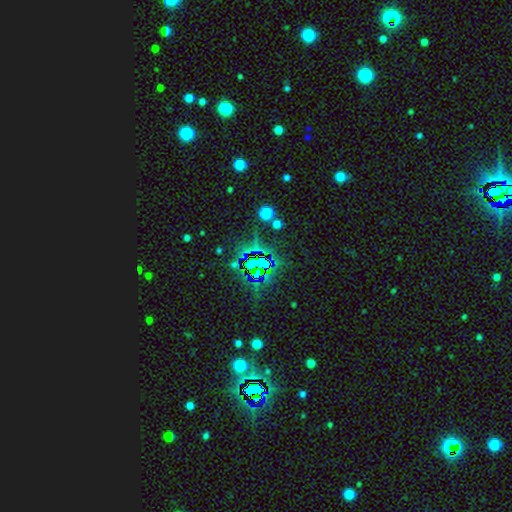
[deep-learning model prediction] The model was most divided on "smooth or featured": star or artifact: 74%, smooth: 16%, featured or disk: 10%.